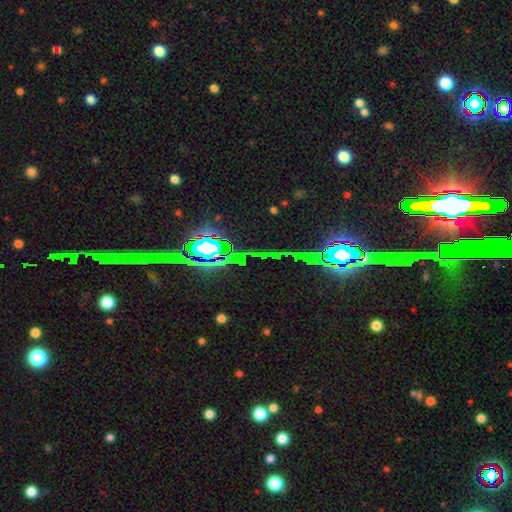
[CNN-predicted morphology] The model was most divided on "smooth or featured": star or artifact: 75%, featured or disk: 14%, smooth: 10%.